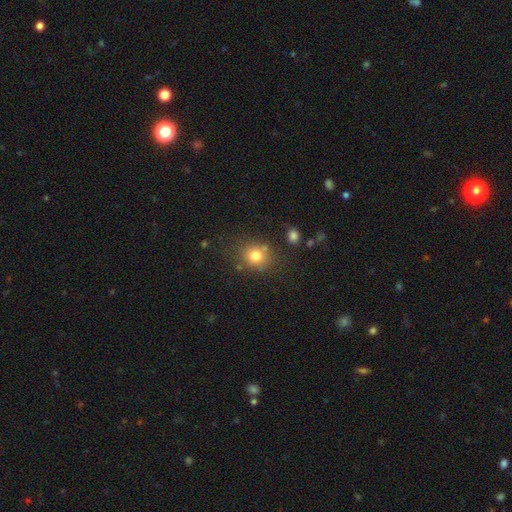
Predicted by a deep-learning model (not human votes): This is likely a smooth galaxy (78%). How rounded: likely round (75%). Merging: likely none (73%).